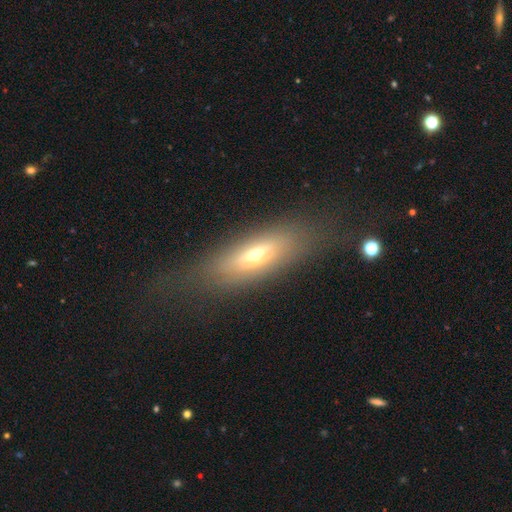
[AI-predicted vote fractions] Smooth or featured: smooth — 53% (featured or disk — 37%)
How rounded: in between — 56% (cigar-shaped — 39%)
Merging: none — 69% (minor disturbance — 16%)